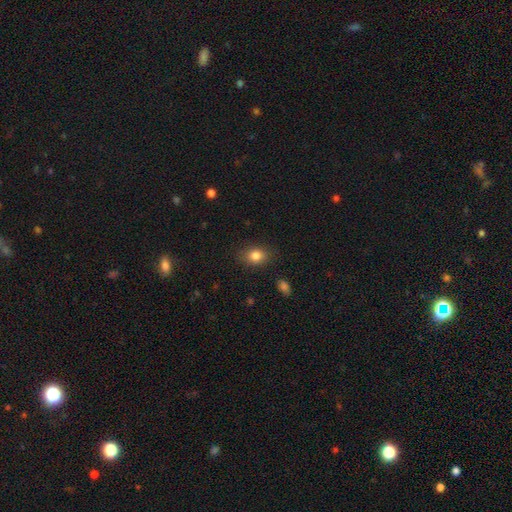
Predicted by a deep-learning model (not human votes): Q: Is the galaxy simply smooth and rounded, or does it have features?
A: smooth — 83%.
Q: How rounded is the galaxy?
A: in between — 63%.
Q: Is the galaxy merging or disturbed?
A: none — 84%.